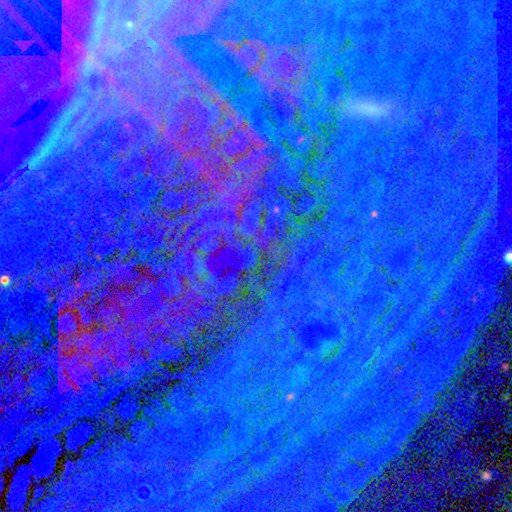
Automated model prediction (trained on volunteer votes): Smooth or featured? Predicted: star or artifact (p=0.83).